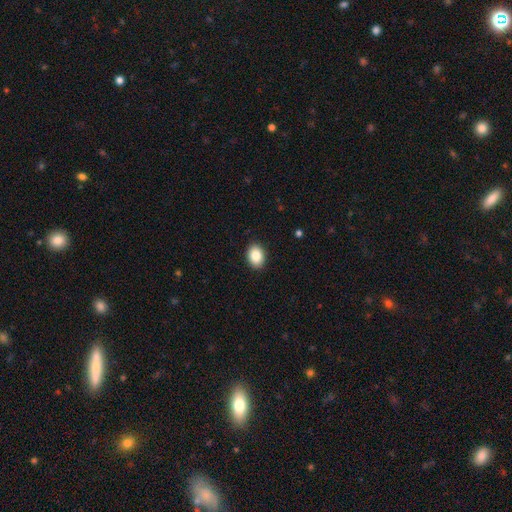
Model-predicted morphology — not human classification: This appears to be a smooth galaxy with no disk features (86%) that is in between round and cigar-shaped (69%). Merging: none (91%).